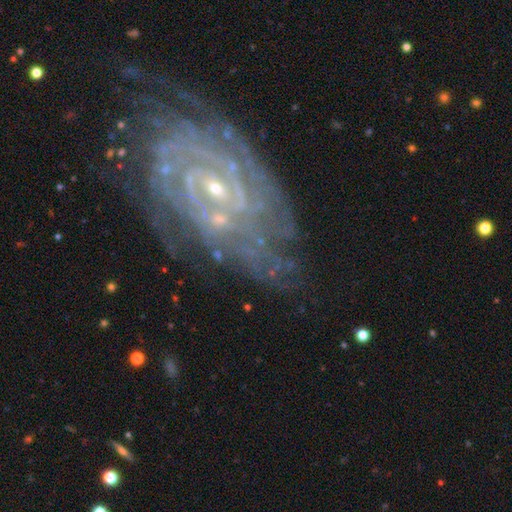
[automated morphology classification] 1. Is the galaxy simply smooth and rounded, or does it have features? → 89% featured or disk, 7% star or artifact, 4% smooth.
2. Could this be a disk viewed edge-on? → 97% no, 3% yes.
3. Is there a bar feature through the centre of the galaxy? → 40% no, 39% weak, 21% strong.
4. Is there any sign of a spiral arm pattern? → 97% yes, 3% no.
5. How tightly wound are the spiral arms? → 78% tight, 18% medium, 4% loose.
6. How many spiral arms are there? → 27% can't tell, 26% 2, 15% 3, 13% 4, 11% more than 4, 8% 1.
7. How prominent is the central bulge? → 79% small, 18% moderate, 2% none, 1% large, 1% dominant.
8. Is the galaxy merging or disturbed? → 67% none, 20% minor disturbance, 10% major disturbance, 4% merger.